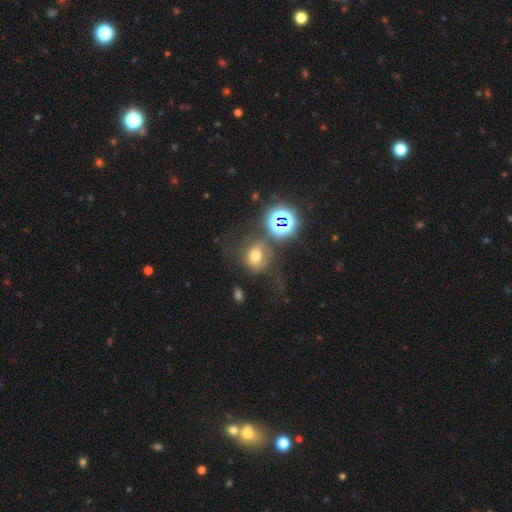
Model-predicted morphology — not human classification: This appears to be a smooth galaxy with no disk features (60%) that is round (75%). Merging: none (51%).